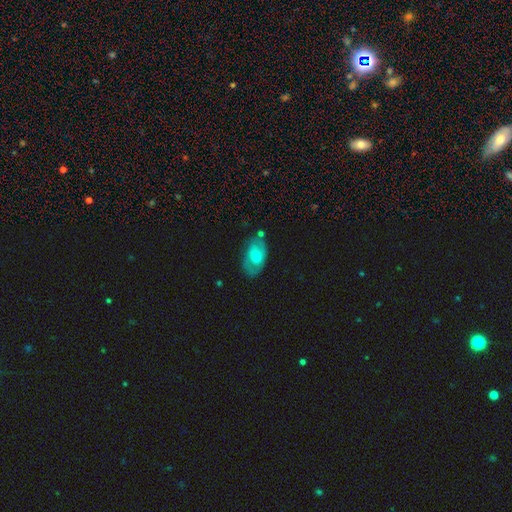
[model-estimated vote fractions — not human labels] smooth-or-featured: smooth: 49% | featured or disk: 44% | star or artifact: 7%
  merging: none: 66% | minor disturbance: 21% | major disturbance: 8% | merger: 5%